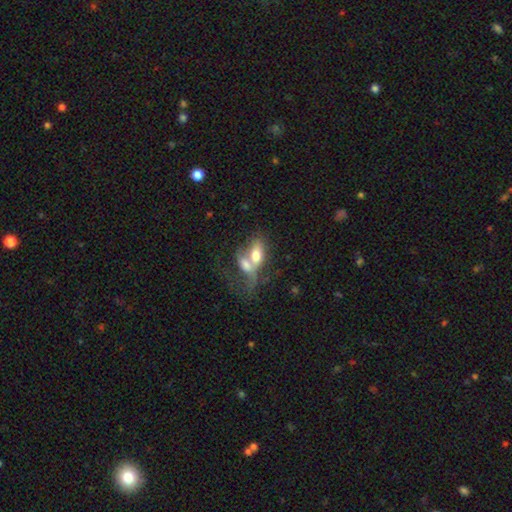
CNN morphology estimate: smooth 60%, featured or disk 32%, star or artifact 8%. Down the decision tree: how rounded — in between (81%); merging — merger (72%).